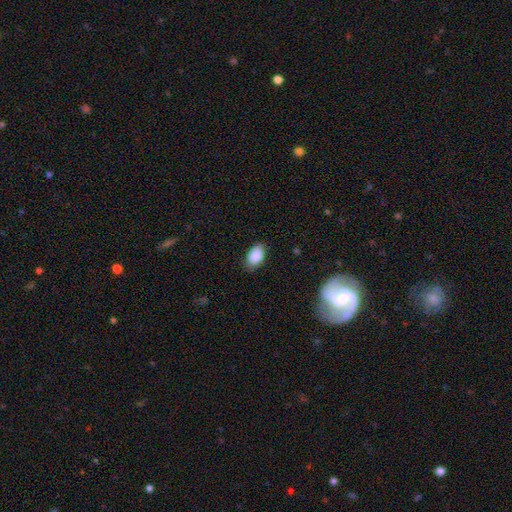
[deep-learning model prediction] Q: Smooth or featured?
A: smooth (88%); runner-up: star or artifact (7%)
Q: How rounded?
A: in between (92%); runner-up: round (6%)
Q: Merging?
A: none (78%); runner-up: minor disturbance (18%)